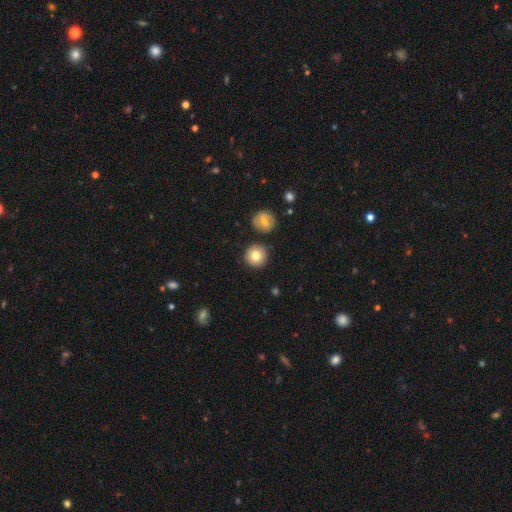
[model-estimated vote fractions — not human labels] The model was most divided on "smooth or featured": smooth: 81%, featured or disk: 10%, star or artifact: 9%. More confident: how rounded — round (94%); merging — none (86%).